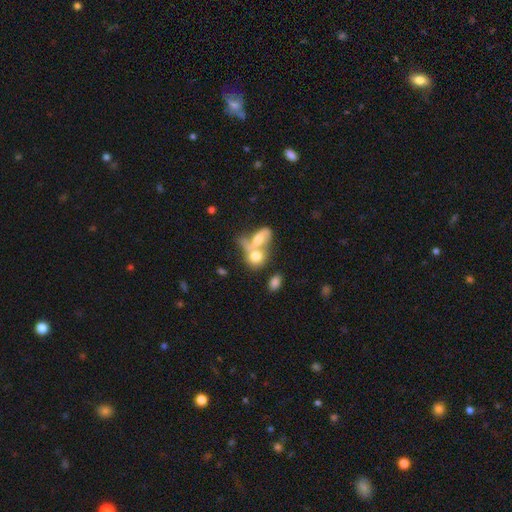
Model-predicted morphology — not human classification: smooth-or-featured: smooth: 61% | featured or disk: 30% | star or artifact: 10%
  how-rounded: in between: 56% | round: 38% | cigar-shaped: 5%
  merging: merger: 68% | none: 17% | major disturbance: 8% | minor disturbance: 7%